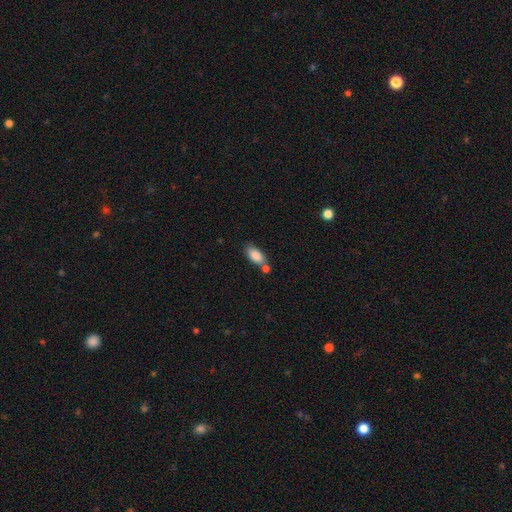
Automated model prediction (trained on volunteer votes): Overall: smooth (86%). How rounded: in between (89%). Merging: none (54%; merger 27%).